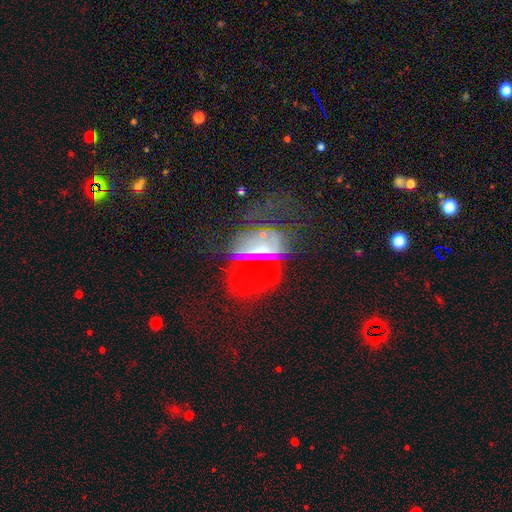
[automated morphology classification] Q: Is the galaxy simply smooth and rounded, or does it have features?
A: star or artifact — 39%.